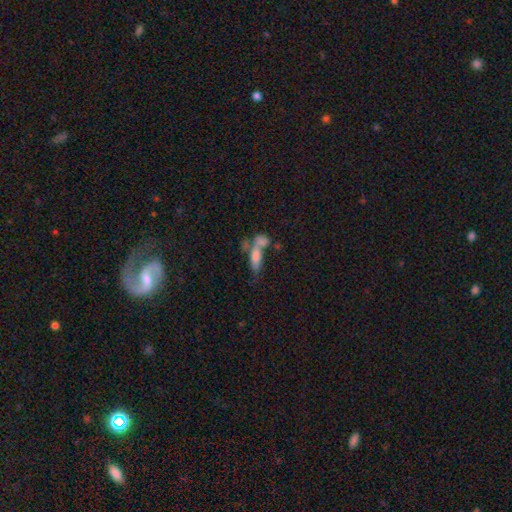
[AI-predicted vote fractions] Morphology: type=smooth (60%); roundness=in between (59%); merging=merger (51%).